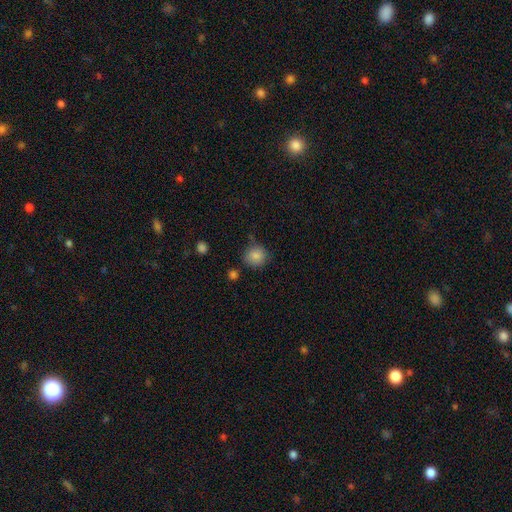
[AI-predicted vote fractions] Smooth or featured: smooth — 85% (star or artifact — 10%)
How rounded: round — 89% (in between — 10%)
Merging: none — 78% (minor disturbance — 14%)